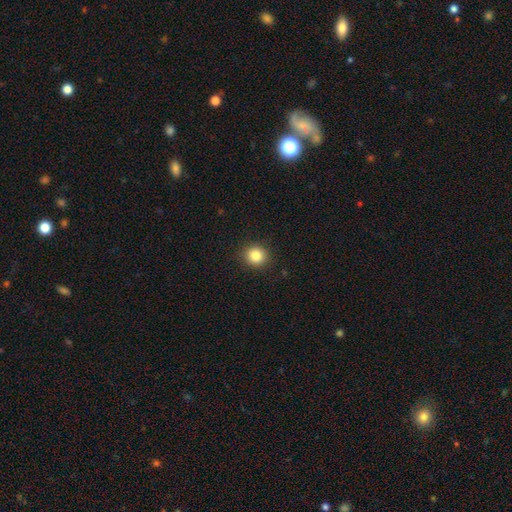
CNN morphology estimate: This is clearly a smooth galaxy (85%). How rounded: clearly round (87%). Merging: clearly none (91%).